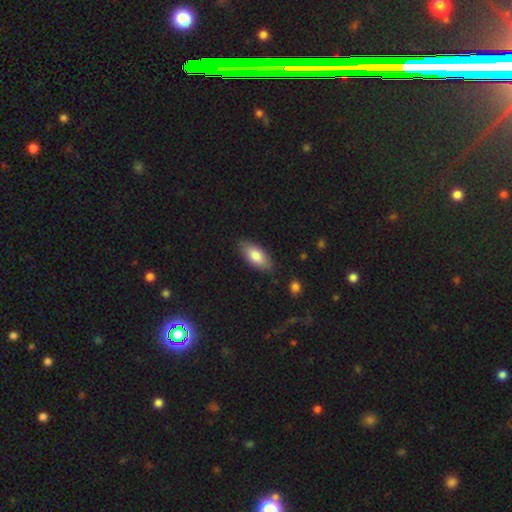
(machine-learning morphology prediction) Smooth or featured? Predicted: smooth (p=0.82). How rounded? Predicted: in between (p=0.87). Merging? Predicted: none (p=0.83).